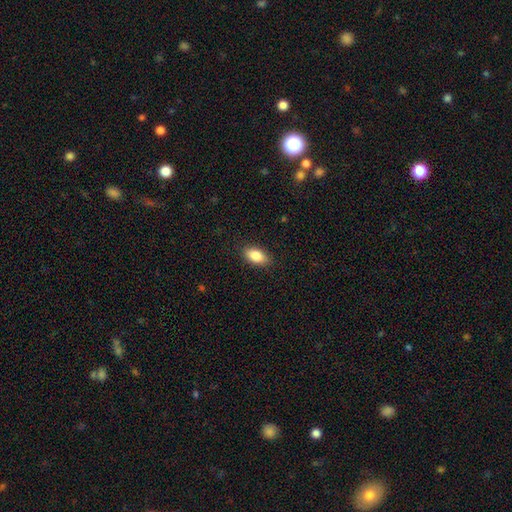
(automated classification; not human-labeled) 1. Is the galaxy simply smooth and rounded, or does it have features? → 85% smooth, 7% featured or disk, 7% star or artifact.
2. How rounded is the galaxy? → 91% in between, 5% round, 4% cigar-shaped.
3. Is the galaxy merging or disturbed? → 88% none, 9% minor disturbance, 2% major disturbance, 1% merger.